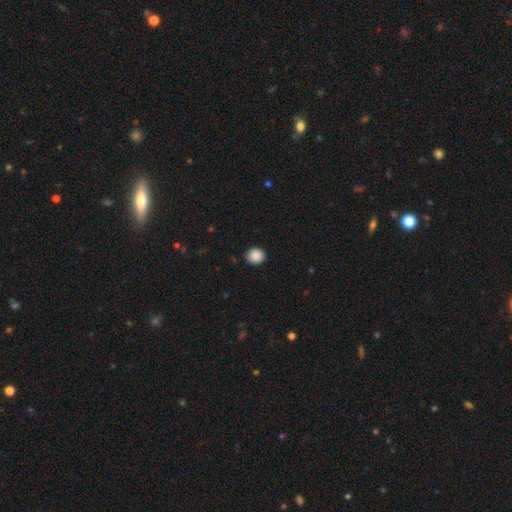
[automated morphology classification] smooth 89%, star or artifact 9%, featured or disk 3%. Down the decision tree: how rounded — round (82%); merging — none (88%).